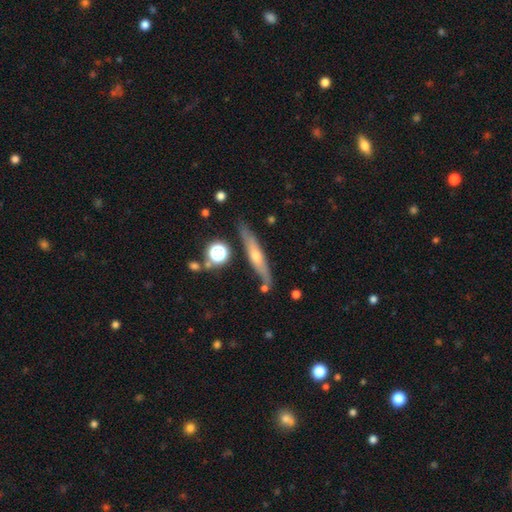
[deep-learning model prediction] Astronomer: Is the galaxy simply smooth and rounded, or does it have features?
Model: featured or disk — 59%.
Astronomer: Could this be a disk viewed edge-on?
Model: yes — 90%.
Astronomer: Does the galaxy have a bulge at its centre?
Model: rounded — 82%.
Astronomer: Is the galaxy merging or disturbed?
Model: none — 81%.